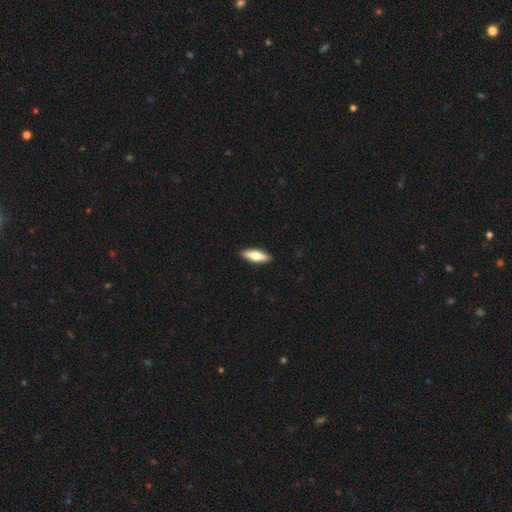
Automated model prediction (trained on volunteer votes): The model was most divided on "how rounded": cigar-shaped: 50%, in between: 48%, round: 2%. More confident: merging — none (91%); smooth or featured — smooth (61%).